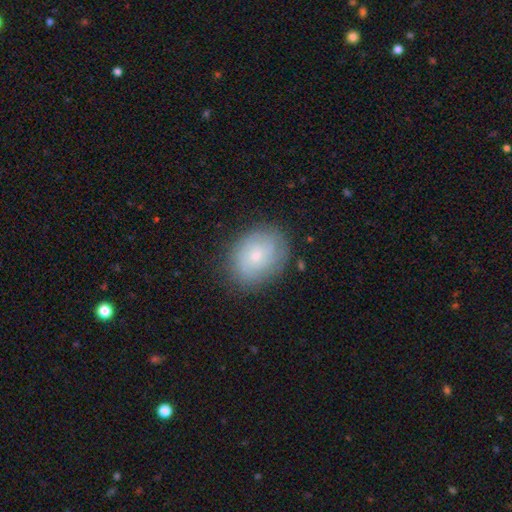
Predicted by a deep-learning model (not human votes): Morphology: type=featured or disk (47%); merging=none (80%).